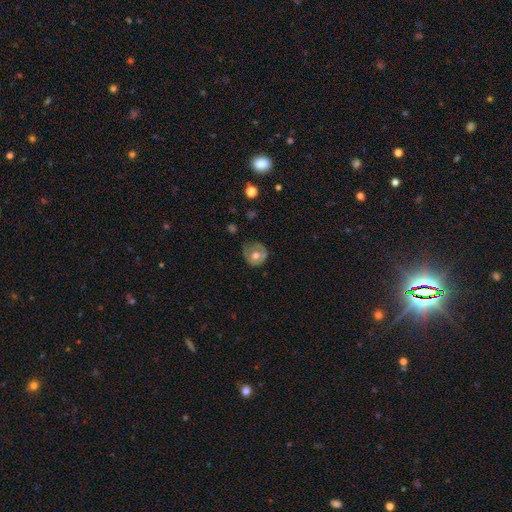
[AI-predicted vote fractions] The model was most divided on "smooth or featured": smooth: 54%, featured or disk: 38%, star or artifact: 8%. More confident: how rounded — round (79%); merging — none (51%).